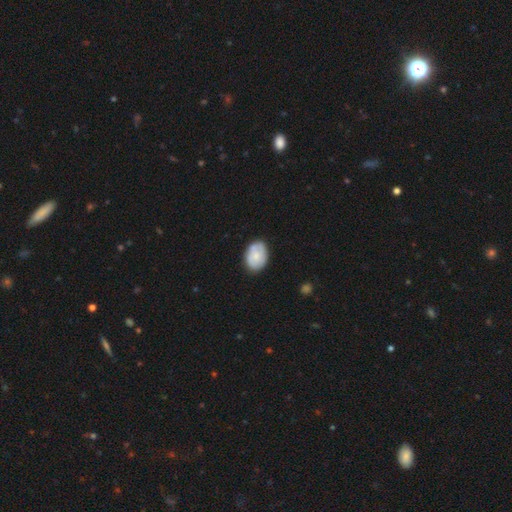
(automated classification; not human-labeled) Smooth or featured? Predicted: smooth (p=0.64). How rounded? Predicted: in between (p=0.79). Merging? Predicted: none (p=0.76).